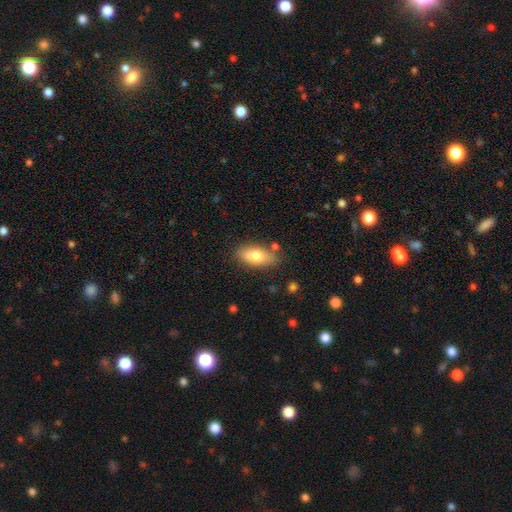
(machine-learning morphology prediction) smooth-or-featured: smooth: 76% | featured or disk: 18% | star or artifact: 7%
  how-rounded: in between: 86% | cigar-shaped: 10% | round: 4%
  merging: none: 79% | minor disturbance: 14% | merger: 4% | major disturbance: 3%